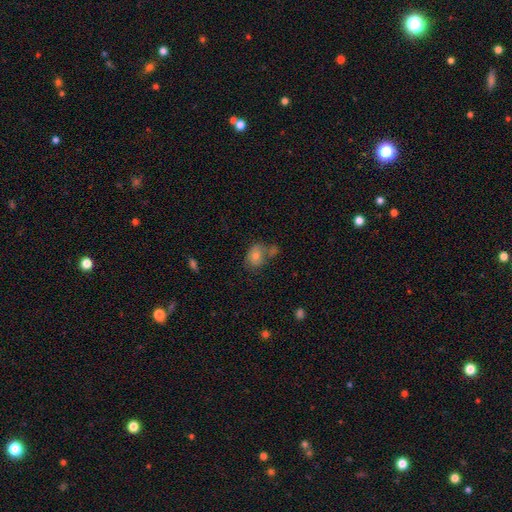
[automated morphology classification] This appears to be a smooth galaxy with no disk features (72%) that is in between round and cigar-shaped (68%). Merging: none (43%).